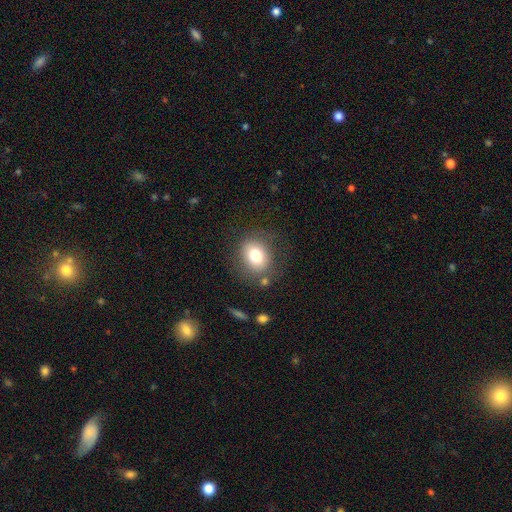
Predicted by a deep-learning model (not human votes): This is likely a smooth galaxy (79%). How rounded: possibly round (52%). Merging: likely none (75%).